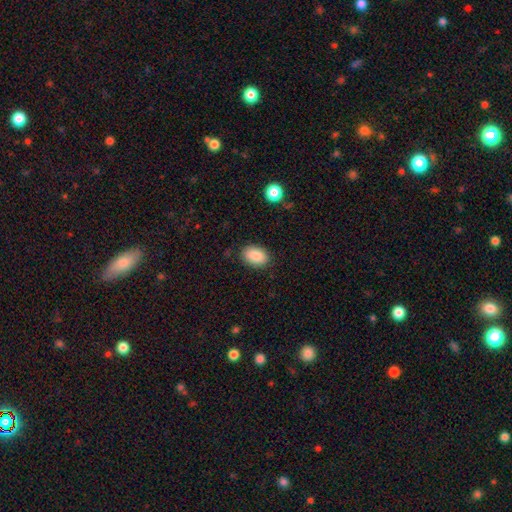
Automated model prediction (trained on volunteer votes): Smooth or featured: smooth — 87% (star or artifact — 7%)
How rounded: in between — 87% (round — 12%)
Merging: none — 86% (minor disturbance — 10%)